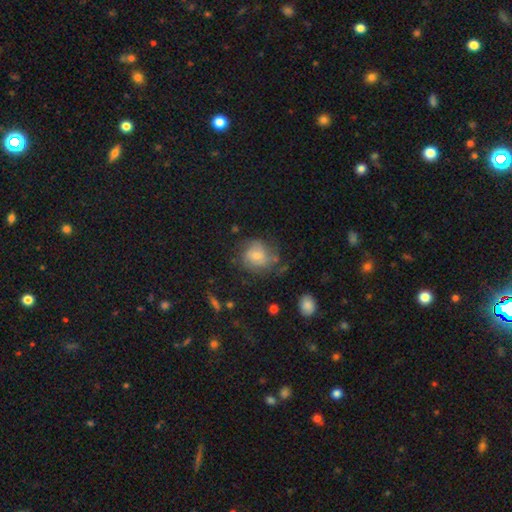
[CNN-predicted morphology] This is possibly a smooth galaxy (53%). How rounded: likely round (76%). Merging: possibly none (59%).